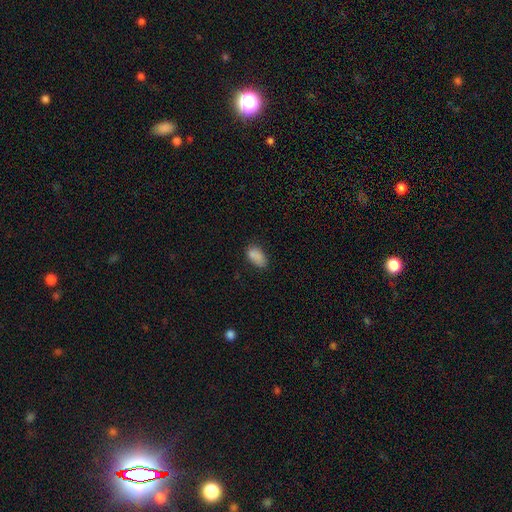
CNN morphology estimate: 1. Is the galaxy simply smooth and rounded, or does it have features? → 85% smooth, 10% star or artifact, 5% featured or disk.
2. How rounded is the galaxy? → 92% in between, 5% round, 3% cigar-shaped.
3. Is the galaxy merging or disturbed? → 67% none, 24% minor disturbance, 6% major disturbance, 3% merger.